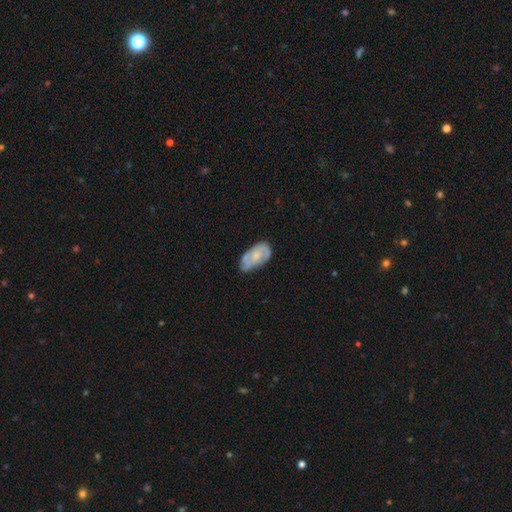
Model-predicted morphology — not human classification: Smooth or featured: featured or disk — 48% (smooth — 45%)
Merging: none — 58% (minor disturbance — 32%)